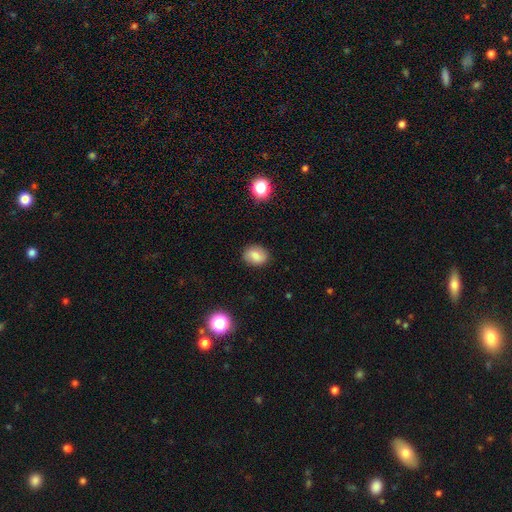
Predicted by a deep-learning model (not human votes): A smooth galaxy with no disk features (79%) that is in between round and cigar-shaped (51%). Merging: none (86%).